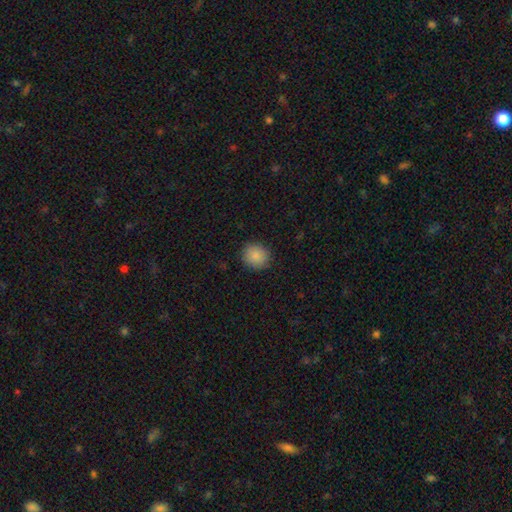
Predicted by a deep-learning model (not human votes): A smooth galaxy with no disk features (88%) that is round (87%).

Vote fractions:
- Smooth or featured? smooth: 88% / star or artifact: 9% / featured or disk: 4%
- How rounded? round: 87% / in between: 12% / cigar-shaped: 1%
- Merging? none: 89% / minor disturbance: 8% / major disturbance: 2% / merger: 1%